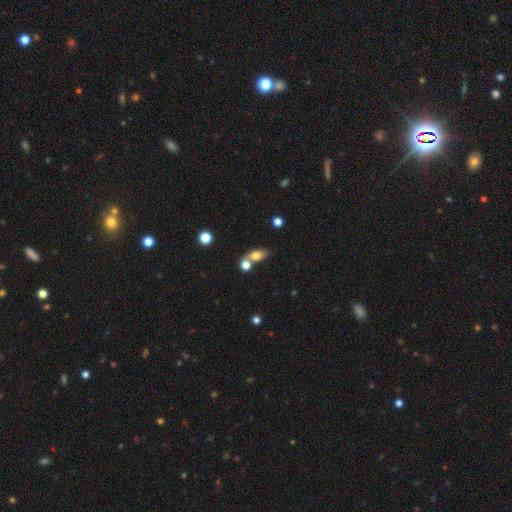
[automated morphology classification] This appears to be a smooth galaxy with no disk features (72%) that is in between round and cigar-shaped (72%). Merging: none (48%).